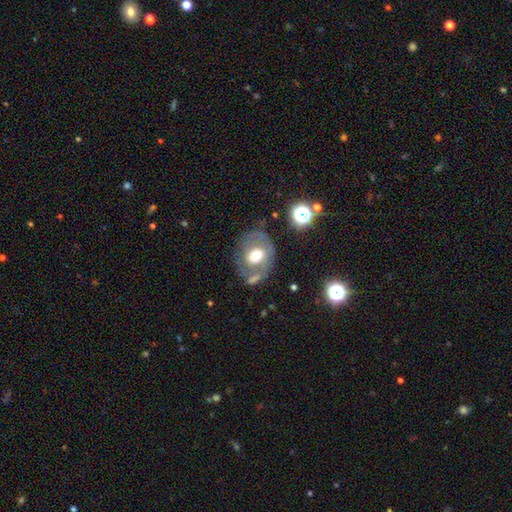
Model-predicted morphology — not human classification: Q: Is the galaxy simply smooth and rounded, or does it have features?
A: smooth — 50%.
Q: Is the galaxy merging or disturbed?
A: none — 54%.